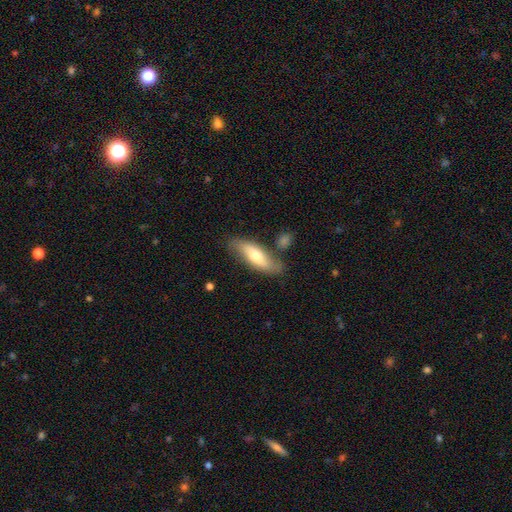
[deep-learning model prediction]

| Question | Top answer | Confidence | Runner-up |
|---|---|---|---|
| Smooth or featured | smooth | 60% | featured or disk (34%) |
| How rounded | in between | 60% | cigar-shaped (37%) |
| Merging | none | 70% | minor disturbance (18%) |